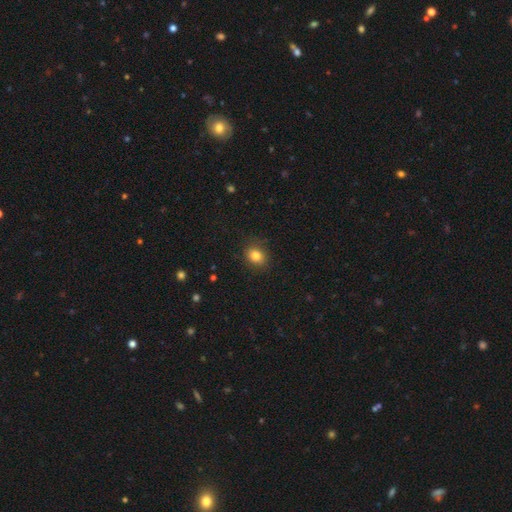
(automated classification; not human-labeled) smooth_or_featured: smooth (p=0.82) [alt: star or artifact p=0.11]
how_rounded: round (p=0.57) [alt: in between p=0.42]
merging: none (p=0.85) [alt: minor disturbance p=0.11]